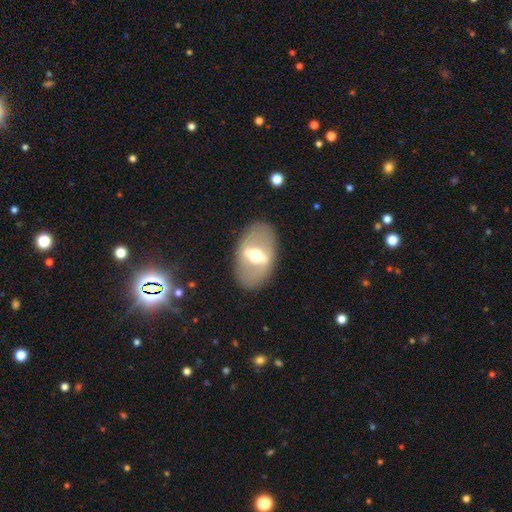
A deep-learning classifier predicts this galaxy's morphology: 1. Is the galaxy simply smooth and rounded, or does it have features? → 67% featured or disk, 27% smooth, 7% star or artifact.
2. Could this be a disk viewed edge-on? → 78% no, 22% yes.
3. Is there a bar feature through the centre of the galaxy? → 72% strong, 21% weak, 8% no.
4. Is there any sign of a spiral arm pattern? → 88% no, 12% yes.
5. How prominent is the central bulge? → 67% moderate, 20% large, 10% small, 2% dominant, 1% none.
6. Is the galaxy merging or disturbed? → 85% none, 9% minor disturbance, 5% major disturbance, 1% merger.